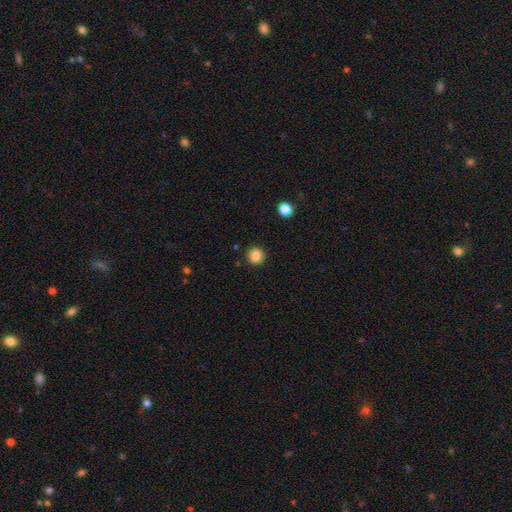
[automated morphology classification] Overall: smooth (86%). How rounded: round (92%). Merging: none (91%).